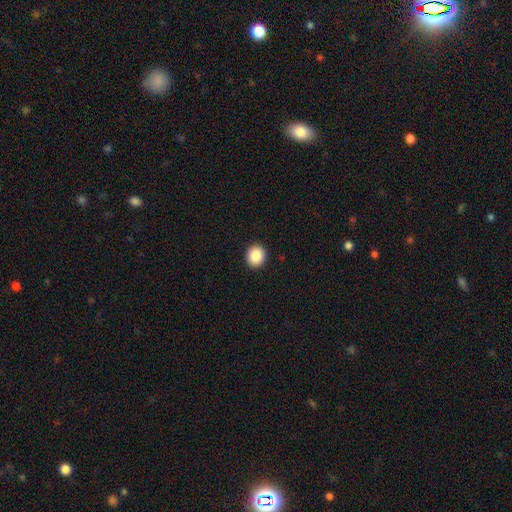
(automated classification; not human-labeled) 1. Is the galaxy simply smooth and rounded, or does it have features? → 87% smooth, 9% star or artifact, 5% featured or disk.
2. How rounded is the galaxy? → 76% round, 23% in between, 1% cigar-shaped.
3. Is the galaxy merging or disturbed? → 93% none, 5% minor disturbance, 2% major disturbance, 1% merger.